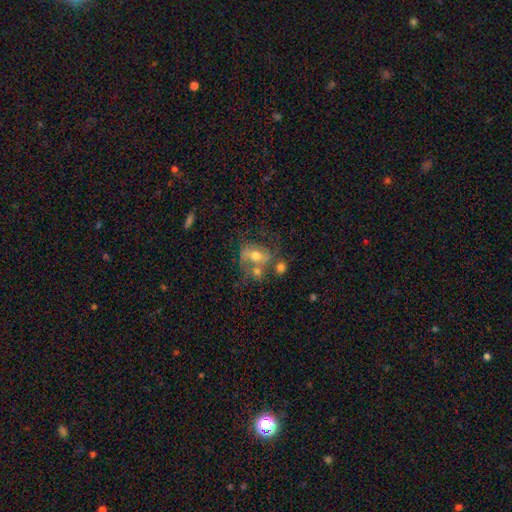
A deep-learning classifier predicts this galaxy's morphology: This is possibly a featured or disk galaxy (56%). It is clearly not viewed edge-on (94%). Bar: possibly no (55%). Spiral arm pattern: possibly yes (56%). Central bulge: likely moderate (70%). Merging: marginally none (36%).